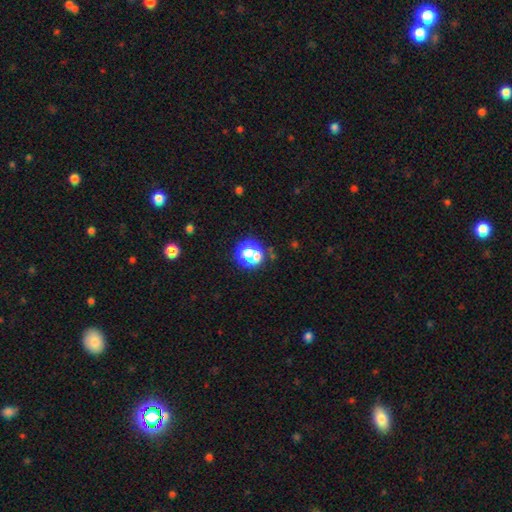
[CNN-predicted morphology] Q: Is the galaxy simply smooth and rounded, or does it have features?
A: smooth — 53%.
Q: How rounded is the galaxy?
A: round — 79%.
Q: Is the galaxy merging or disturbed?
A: none — 70%.